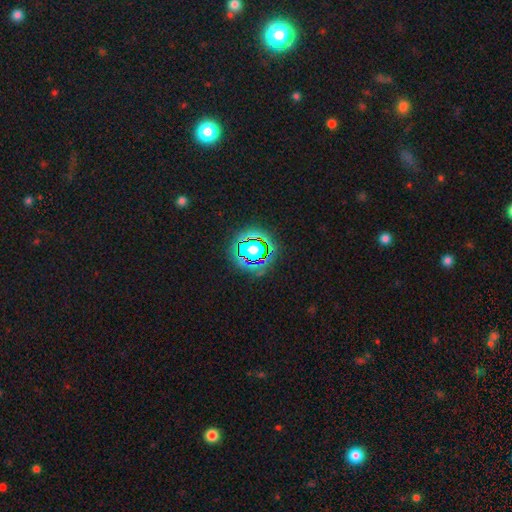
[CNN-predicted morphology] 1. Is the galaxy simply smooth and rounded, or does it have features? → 78% star or artifact, 13% smooth, 9% featured or disk.